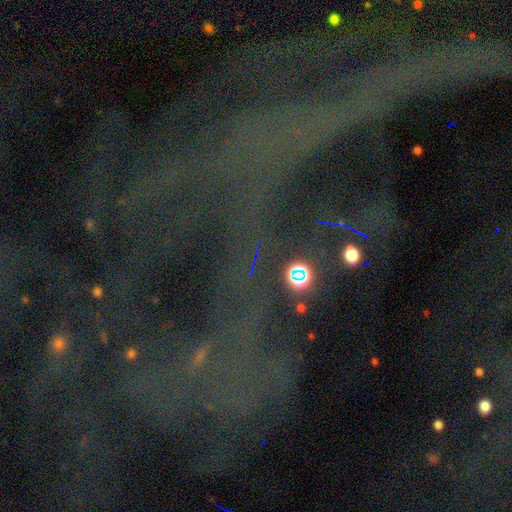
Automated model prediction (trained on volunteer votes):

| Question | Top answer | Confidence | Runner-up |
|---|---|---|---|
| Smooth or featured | star or artifact | 76% | featured or disk (13%) |